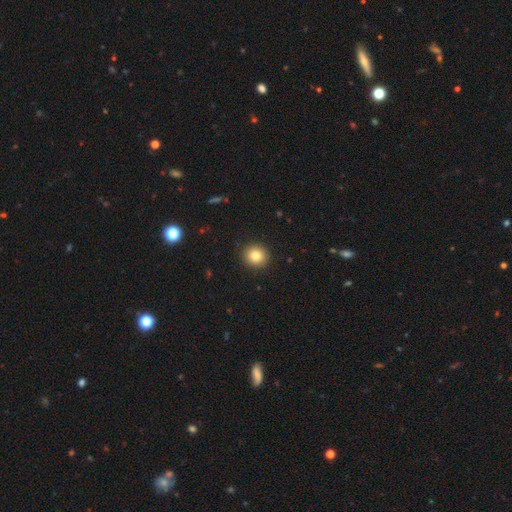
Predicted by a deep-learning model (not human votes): Q: Smooth or featured?
A: smooth (82%); runner-up: star or artifact (11%)
Q: How rounded?
A: round (90%); runner-up: in between (10%)
Q: Merging?
A: none (91%); runner-up: minor disturbance (6%)